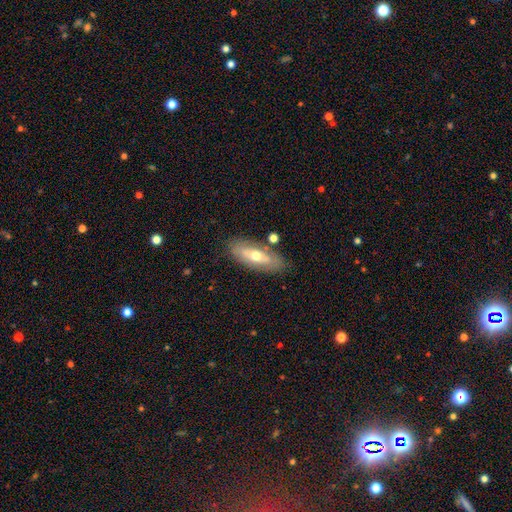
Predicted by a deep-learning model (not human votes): This appears to be a featured or disk galaxy (48%). Merging: none (78%).